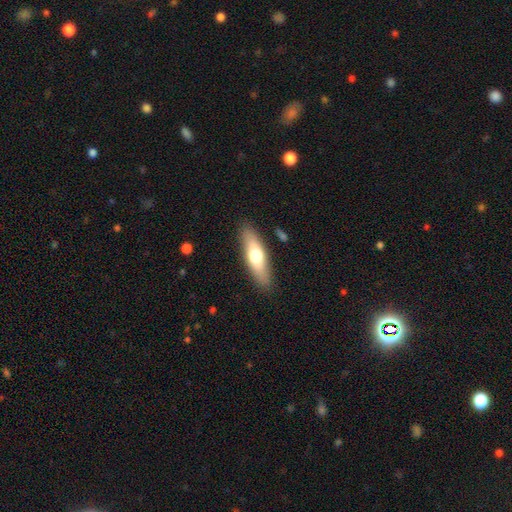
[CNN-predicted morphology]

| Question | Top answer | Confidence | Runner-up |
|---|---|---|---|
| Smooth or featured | smooth | 60% | featured or disk (34%) |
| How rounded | cigar-shaped | 51% | in between (47%) |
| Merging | none | 87% | minor disturbance (9%) |